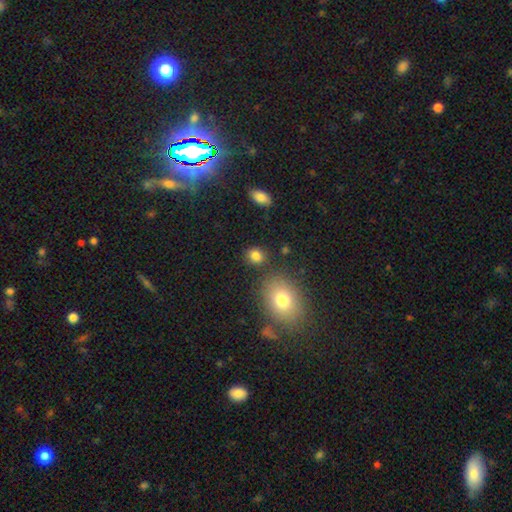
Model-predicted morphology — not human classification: Smooth or featured: smooth — 83% (star or artifact — 11%)
How rounded: round — 63% (in between — 35%)
Merging: none — 81% (minor disturbance — 10%)